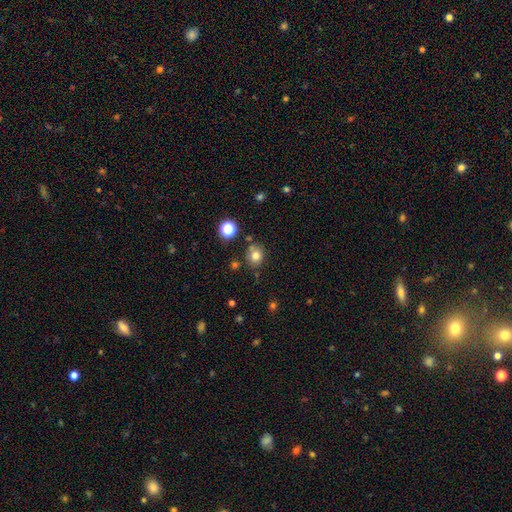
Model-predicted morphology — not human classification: Smooth or featured: smooth — 77% (star or artifact — 14%)
How rounded: round — 73% (in between — 27%)
Merging: none — 76% (minor disturbance — 14%)